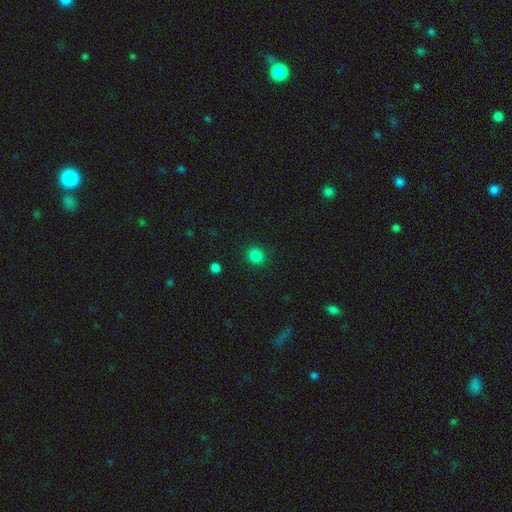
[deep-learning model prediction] This is clearly a smooth galaxy (84%). How rounded: clearly round (85%). Merging: clearly none (91%).